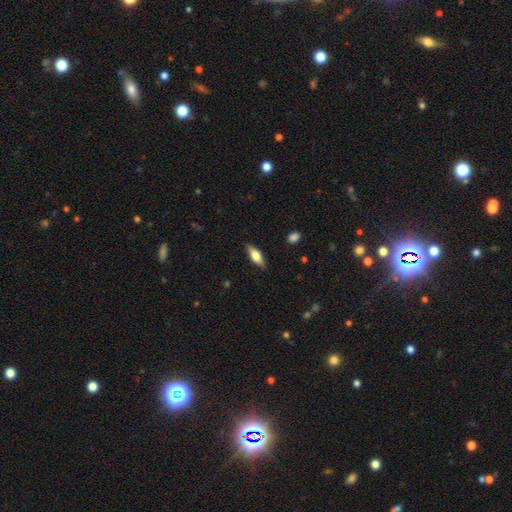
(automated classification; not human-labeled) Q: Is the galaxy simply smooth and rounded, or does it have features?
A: smooth — 62%.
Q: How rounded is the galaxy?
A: in between — 62%.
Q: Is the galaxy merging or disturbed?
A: none — 86%.